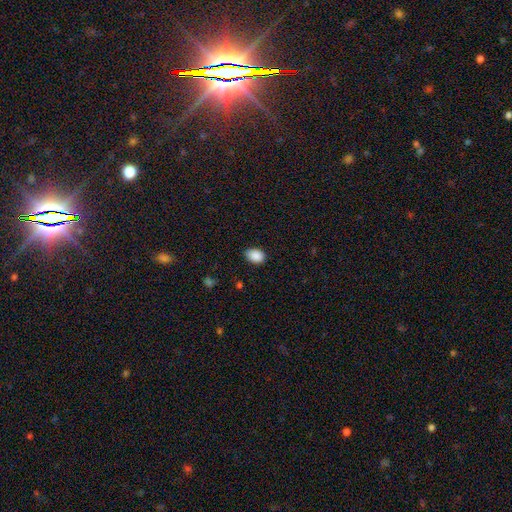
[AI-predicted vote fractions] Smooth or featured: smooth — 89% (star or artifact — 8%)
How rounded: in between — 81% (round — 18%)
Merging: none — 82% (minor disturbance — 14%)